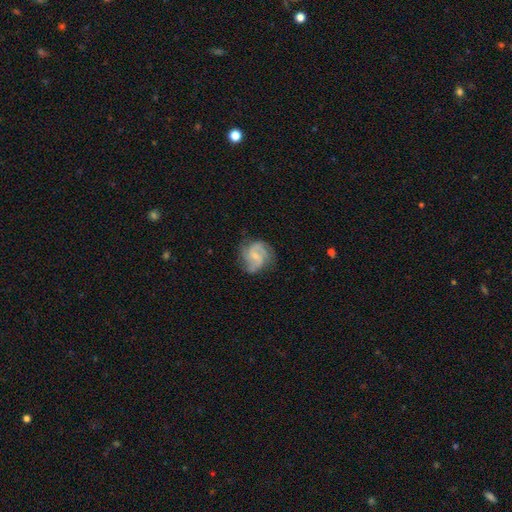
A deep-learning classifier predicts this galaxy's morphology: A featured or disk galaxy (82%) with a weak bar (49%), 2 (45%) medium (52%) spiral arms (96%) and a small central bulge (64%).

Vote fractions:
- Smooth or featured? featured or disk: 82% / smooth: 13% / star or artifact: 6%
- Edge-on disk? no: 98% / yes: 2%
- Bar? weak: 49% / no: 42% / strong: 9%
- Spiral arms? yes: 96% / no: 4%
- Spiral winding? medium: 52% / tight: 27% / loose: 21%
- Spiral arm count? 2: 45% / 3: 30% / can't tell: 12% / 4: 5% / 1: 4% / more than 4: 4%
- Bulge size? small: 64% / moderate: 27% / none: 7% / large: 1% / dominant: 1%
- Merging? none: 72% / minor disturbance: 19% / major disturbance: 7% / merger: 1%